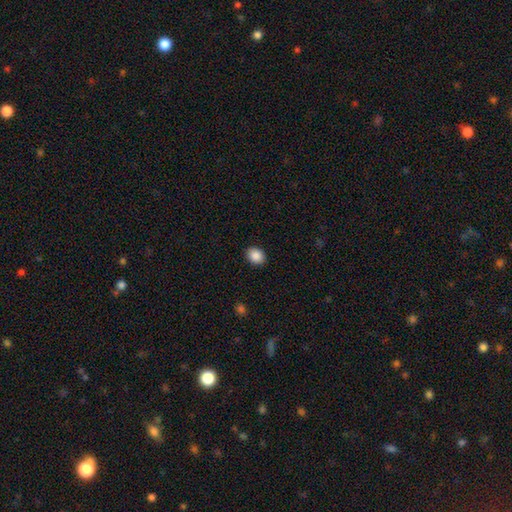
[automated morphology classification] Q: Smooth or featured?
A: smooth (88%); runner-up: star or artifact (8%)
Q: How rounded?
A: in between (51%); runner-up: round (48%)
Q: Merging?
A: none (90%); runner-up: minor disturbance (7%)